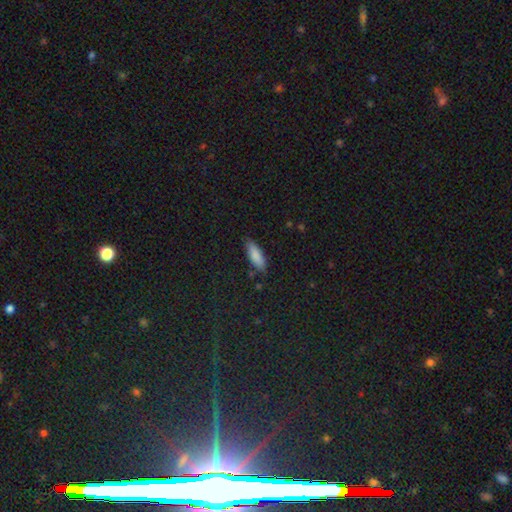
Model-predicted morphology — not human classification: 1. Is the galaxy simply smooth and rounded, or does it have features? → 85% smooth, 8% featured or disk, 7% star or artifact.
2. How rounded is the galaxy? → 63% in between, 35% cigar-shaped, 2% round.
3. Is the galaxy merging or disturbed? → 81% none, 14% minor disturbance, 3% major disturbance, 2% merger.